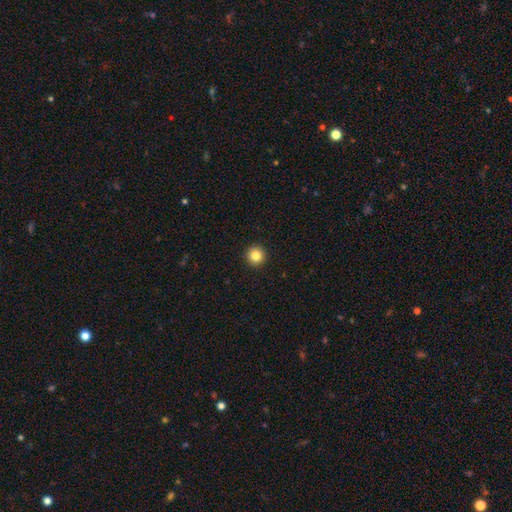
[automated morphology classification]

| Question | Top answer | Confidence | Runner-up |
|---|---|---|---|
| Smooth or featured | smooth | 84% | star or artifact (11%) |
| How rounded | round | 96% | in between (3%) |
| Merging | none | 94% | minor disturbance (4%) |